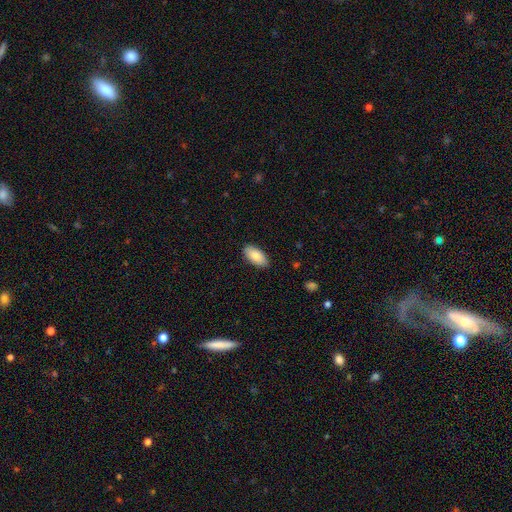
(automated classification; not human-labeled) Smooth or featured?
  - smooth: 82% *
  - featured or disk: 11%
  - star or artifact: 6%
How rounded?
  - in between: 93% *
  - cigar-shaped: 4%
  - round: 2%
Merging?
  - none: 88% *
  - minor disturbance: 9%
  - major disturbance: 2%
  - merger: 1%